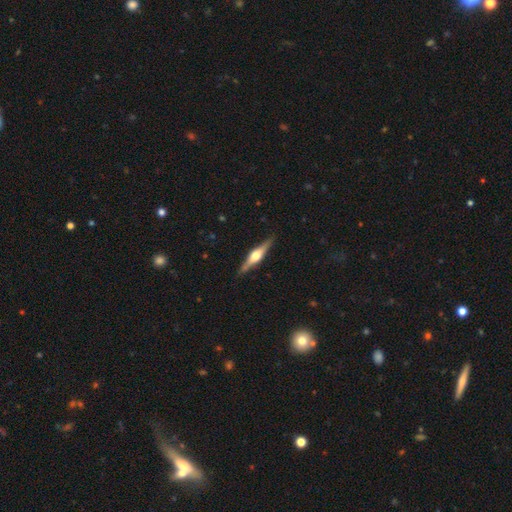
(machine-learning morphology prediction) This is likely a featured or disk galaxy (73%). It is clearly viewed edge-on (97%). Edge-on bulge: clearly rounded (91%). Merging: clearly none (87%).